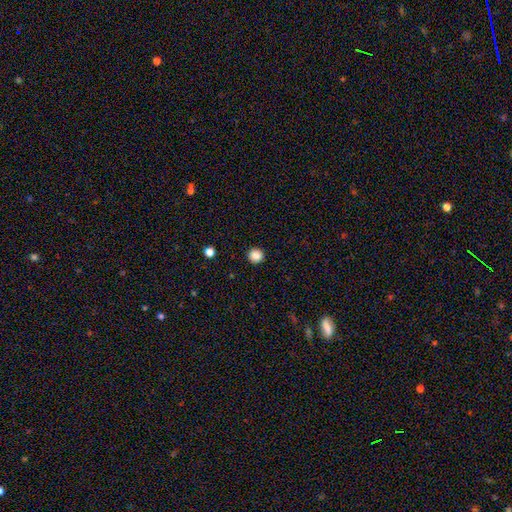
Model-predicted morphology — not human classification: Smooth or featured? Predicted: smooth (p=0.87). How rounded? Predicted: round (p=0.91). Merging? Predicted: none (p=0.92).